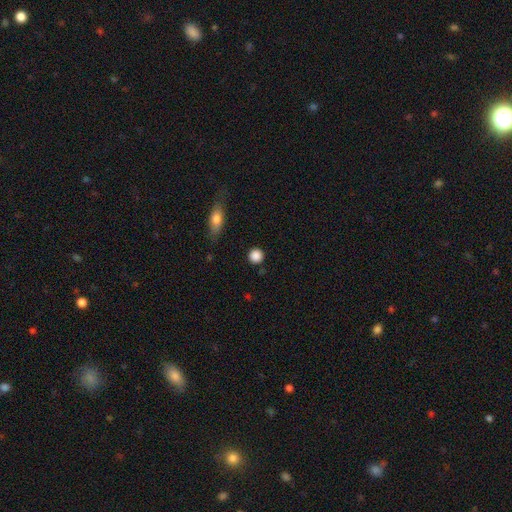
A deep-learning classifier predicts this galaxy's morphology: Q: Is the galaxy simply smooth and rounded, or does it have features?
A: smooth — 87%.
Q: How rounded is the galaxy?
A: round — 93%.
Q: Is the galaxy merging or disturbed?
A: none — 88%.